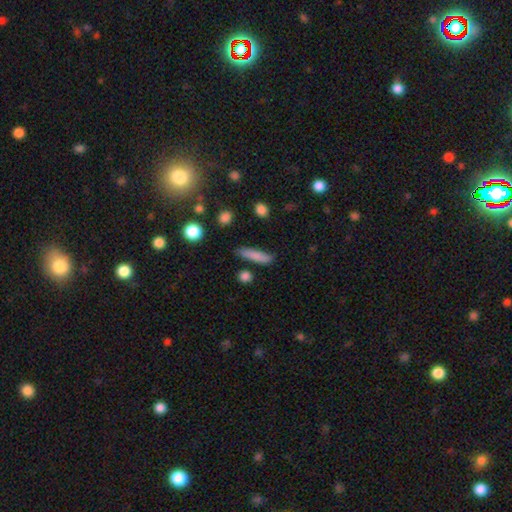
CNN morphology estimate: A smooth galaxy with no disk features (80%) that is cigar-shaped (82%). Merging: none (80%).